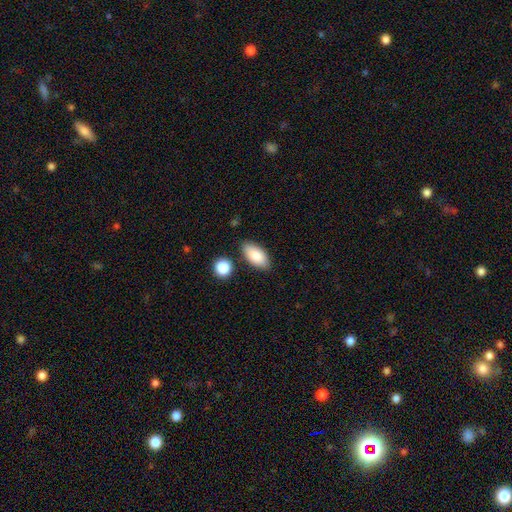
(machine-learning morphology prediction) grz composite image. It shows a smooth galaxy with no disk features (85%) that is in between round and cigar-shaped (92%). Merging: none (82%).